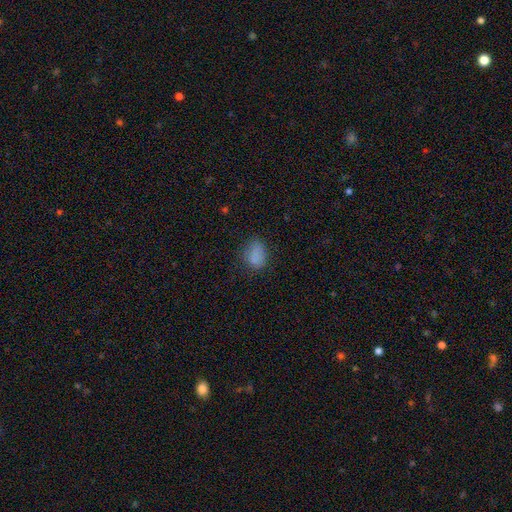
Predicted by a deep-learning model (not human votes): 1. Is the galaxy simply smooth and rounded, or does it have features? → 81% smooth, 12% star or artifact, 7% featured or disk.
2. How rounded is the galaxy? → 73% in between, 25% round, 2% cigar-shaped.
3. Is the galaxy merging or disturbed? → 66% none, 23% minor disturbance, 9% major disturbance, 2% merger.